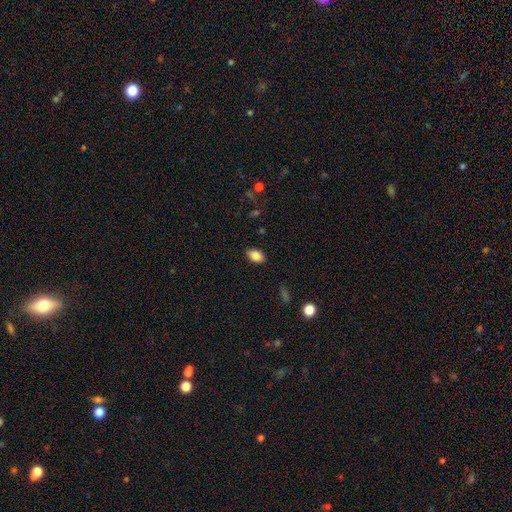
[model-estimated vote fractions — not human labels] smooth-or-featured: smooth: 84% | star or artifact: 8% | featured or disk: 7%
  how-rounded: in between: 88% | round: 10% | cigar-shaped: 2%
  merging: none: 86% | minor disturbance: 10% | major disturbance: 2% | merger: 1%